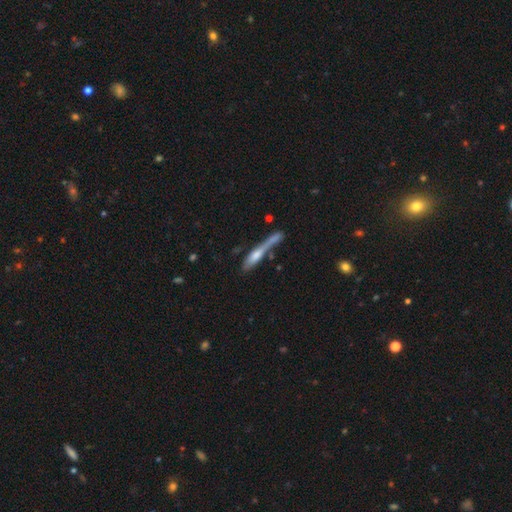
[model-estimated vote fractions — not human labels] Smooth or featured: smooth — 58% (featured or disk — 35%)
How rounded: cigar-shaped — 82% (in between — 15%)
Merging: none — 39% (merger — 27%)